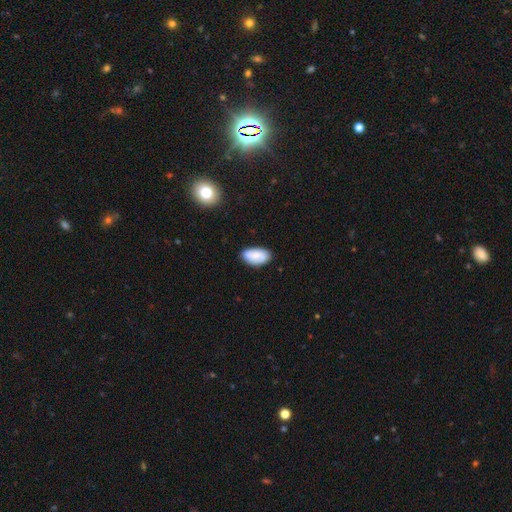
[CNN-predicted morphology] Smooth or featured?
  - smooth: 71% *
  - featured or disk: 22%
  - star or artifact: 7%
How rounded?
  - in between: 94% *
  - round: 4%
  - cigar-shaped: 2%
Merging?
  - none: 80% *
  - minor disturbance: 15%
  - major disturbance: 3%
  - merger: 2%